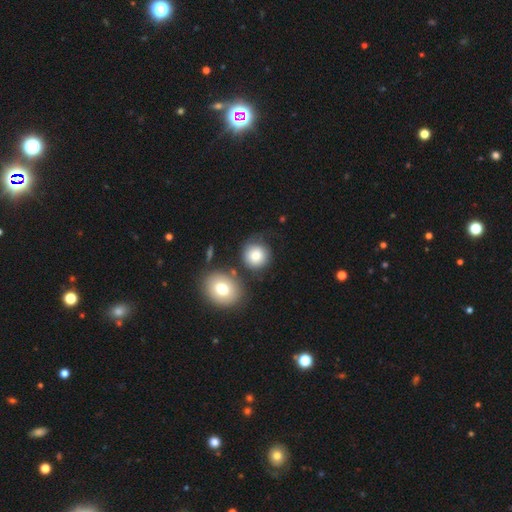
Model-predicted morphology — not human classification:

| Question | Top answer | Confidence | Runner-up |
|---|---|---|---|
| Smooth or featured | smooth | 79% | featured or disk (12%) |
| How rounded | round | 89% | in between (10%) |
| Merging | none | 69% | minor disturbance (15%) |